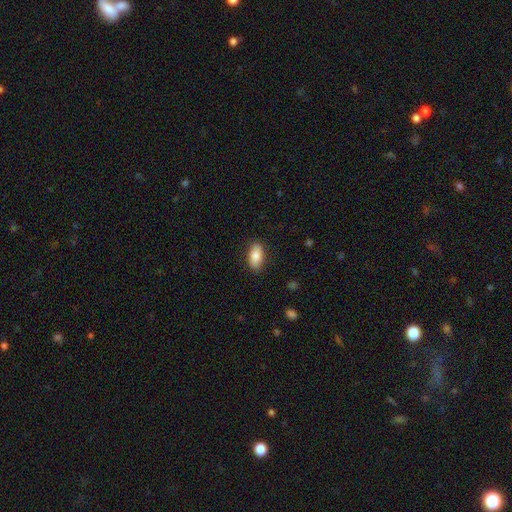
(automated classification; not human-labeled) This is clearly a smooth galaxy (85%). How rounded: clearly in between (91%). Merging: clearly none (86%).